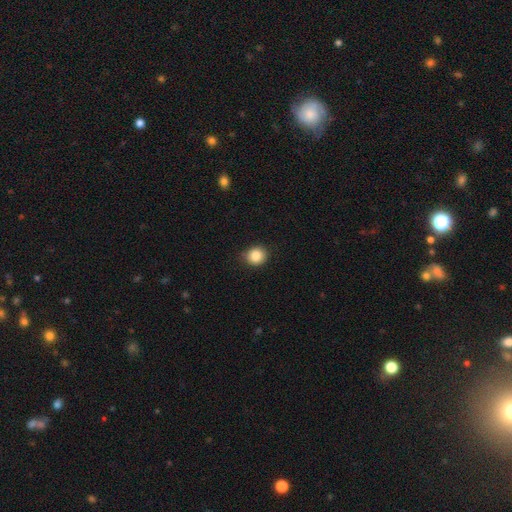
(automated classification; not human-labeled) smooth 86%, star or artifact 10%, featured or disk 5%. Down the decision tree: how rounded — round (83%); merging — none (83%).